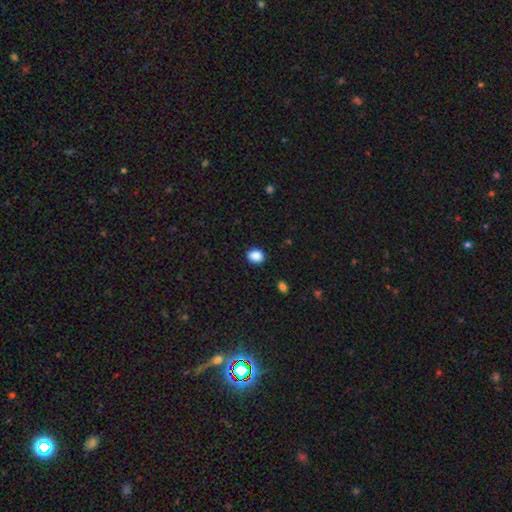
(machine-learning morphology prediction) This is clearly a smooth galaxy (89%). How rounded: possibly round (55%). Merging: clearly none (89%).